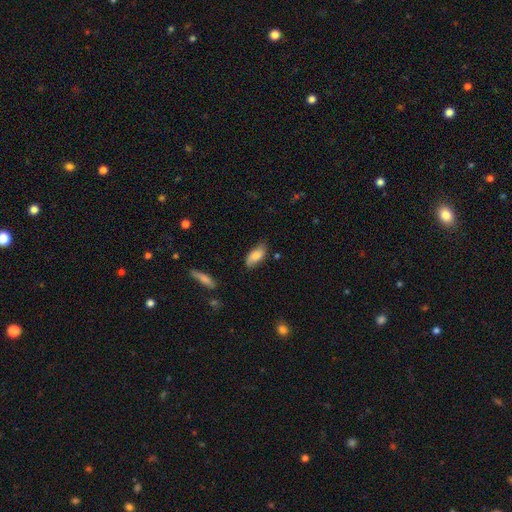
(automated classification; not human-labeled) Overall: smooth (78%). How rounded: in between (88%). Merging: none (74%).